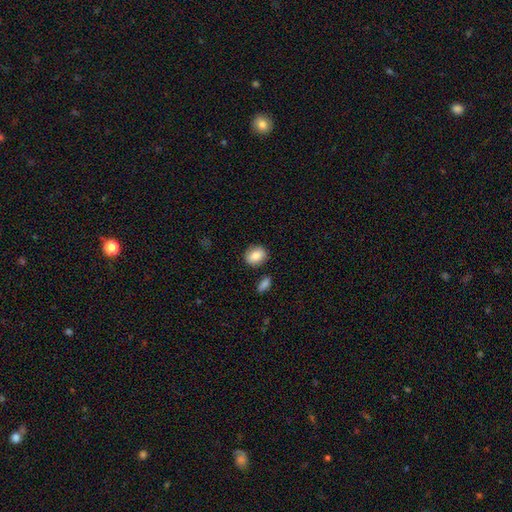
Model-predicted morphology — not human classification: A smooth galaxy with no disk features (85%) that is round (54%). Merging: none (84%).